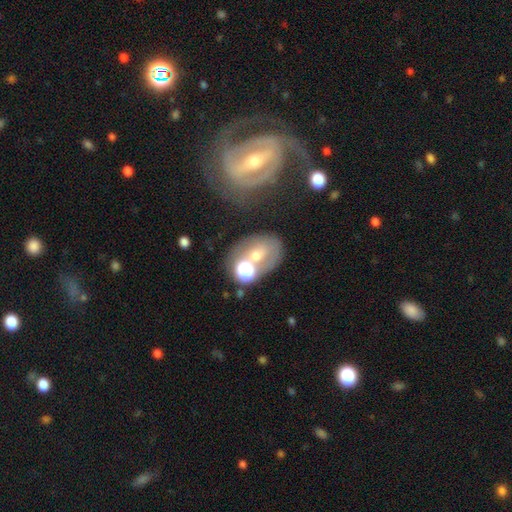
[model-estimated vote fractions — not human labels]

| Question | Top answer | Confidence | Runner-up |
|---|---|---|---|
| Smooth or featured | featured or disk | 43% | smooth (41%) |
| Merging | none | 41% | merger (28%) |